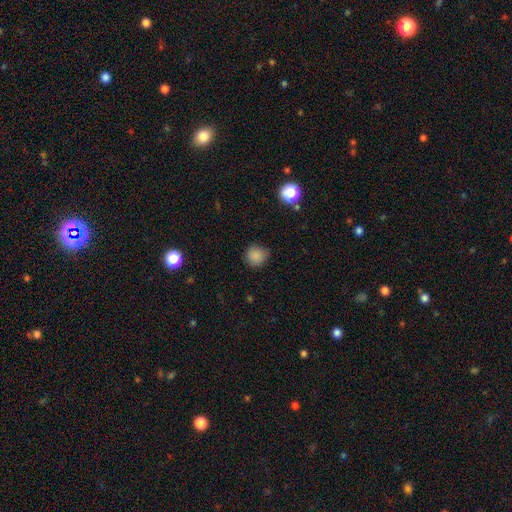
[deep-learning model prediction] Smooth or featured? smooth (85%)
How rounded? round (88%)
Merging? none (79%)